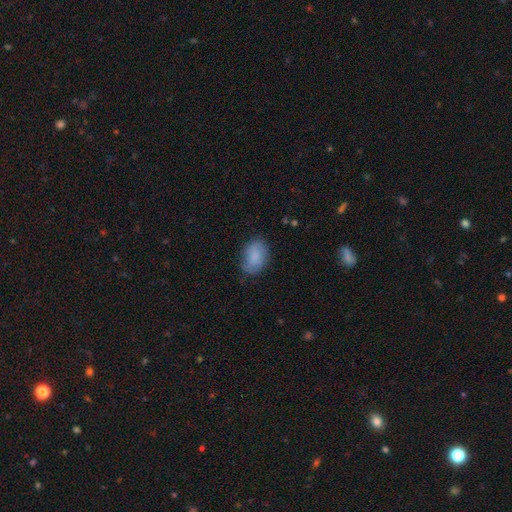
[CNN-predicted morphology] Smooth or featured? smooth (82%)
How rounded? in between (85%)
Merging? none (70%)